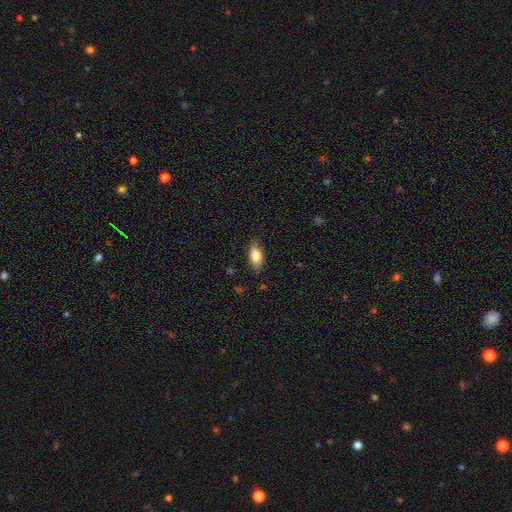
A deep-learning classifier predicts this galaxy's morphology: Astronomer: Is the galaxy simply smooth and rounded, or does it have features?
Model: smooth — 76%.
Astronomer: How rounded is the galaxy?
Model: in between — 83%.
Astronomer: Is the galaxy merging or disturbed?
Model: none — 83%.